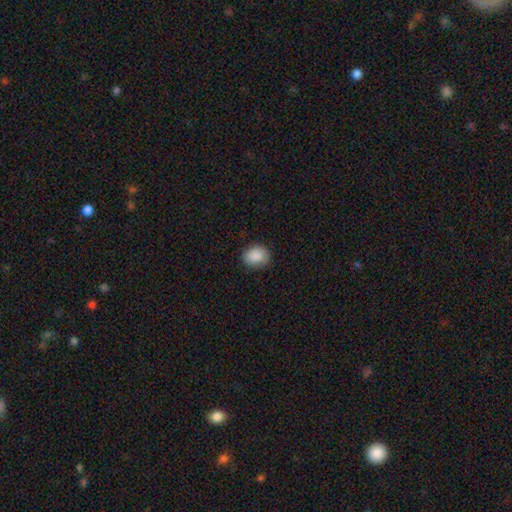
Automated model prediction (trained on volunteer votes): This appears to be a smooth galaxy with no disk features (88%) that is round (61%). Merging: none (83%).